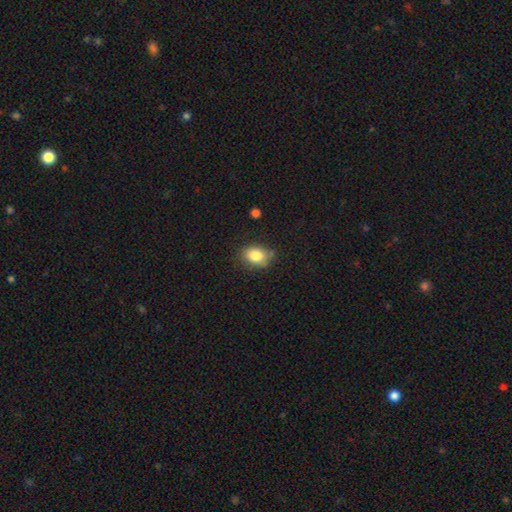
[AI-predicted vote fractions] smooth 84%, star or artifact 9%, featured or disk 7%. Down the decision tree: how rounded — in between (65%); merging — none (70%).